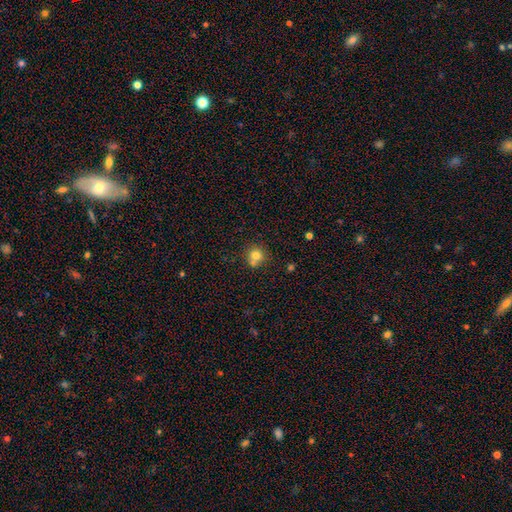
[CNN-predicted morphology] The model was most divided on "merging": none: 57%, merger: 28%, minor disturbance: 11%, major disturbance: 3%. More confident: how rounded — round (88%); smooth or featured — smooth (75%).